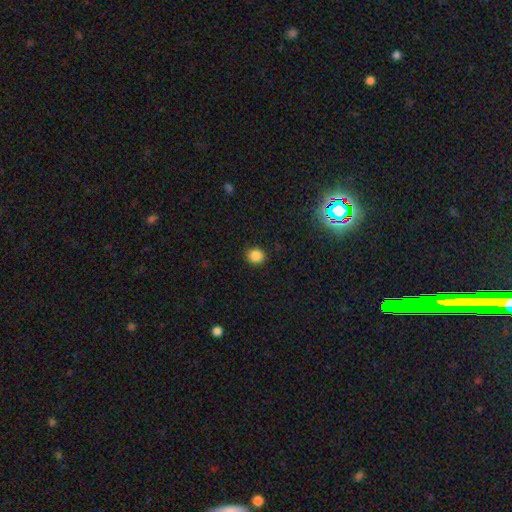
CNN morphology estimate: smooth 85%, star or artifact 12%, featured or disk 3%. Down the decision tree: how rounded — round (80%); merging — none (90%).